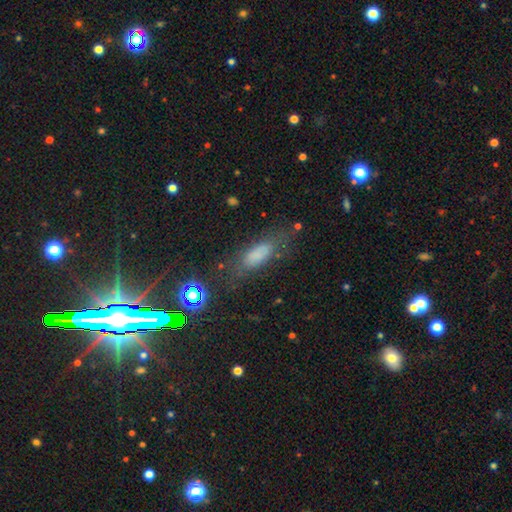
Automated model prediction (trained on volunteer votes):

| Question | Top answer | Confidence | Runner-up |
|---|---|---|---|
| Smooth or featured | smooth | 63% | star or artifact (21%) |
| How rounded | in between | 64% | cigar-shaped (32%) |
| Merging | none | 70% | minor disturbance (18%) |